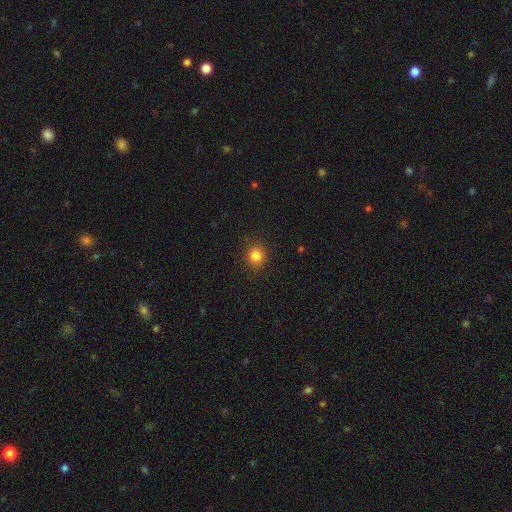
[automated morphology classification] Smooth or featured: smooth — 83% (star or artifact — 12%)
How rounded: round — 80% (in between — 19%)
Merging: none — 89% (minor disturbance — 8%)